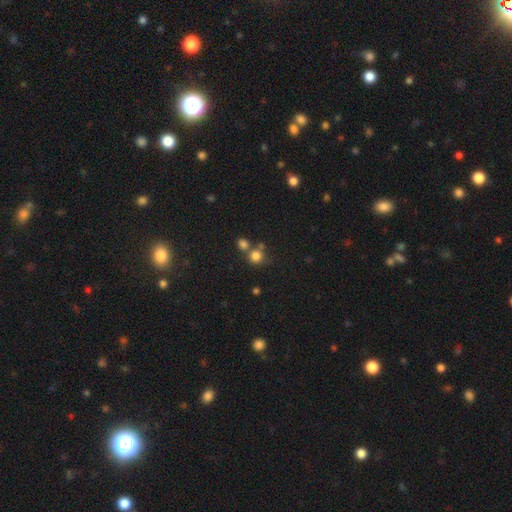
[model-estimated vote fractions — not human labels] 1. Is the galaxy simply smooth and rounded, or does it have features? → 80% smooth, 13% star or artifact, 7% featured or disk.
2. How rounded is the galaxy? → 89% round, 10% in between, 1% cigar-shaped.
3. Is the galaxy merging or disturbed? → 57% none, 30% merger, 9% minor disturbance, 4% major disturbance.